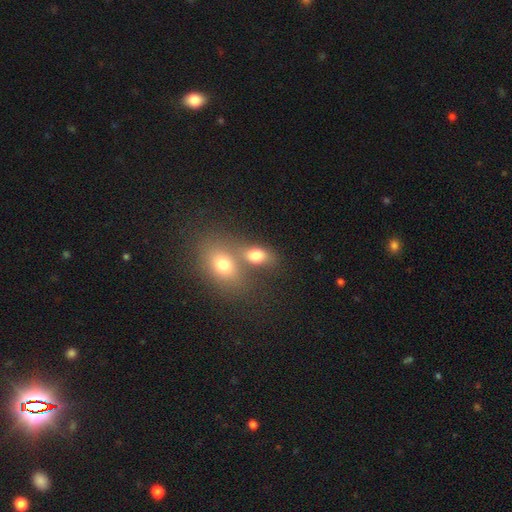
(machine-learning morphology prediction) smooth 77%, featured or disk 12%, star or artifact 11%. Down the decision tree: how rounded — in between (74%); merging — merger (46%).